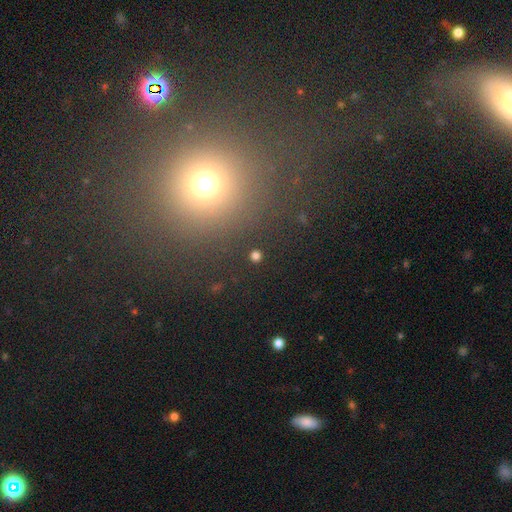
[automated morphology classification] type=smooth (76%); roundness=round (90%); merging=none (91%).